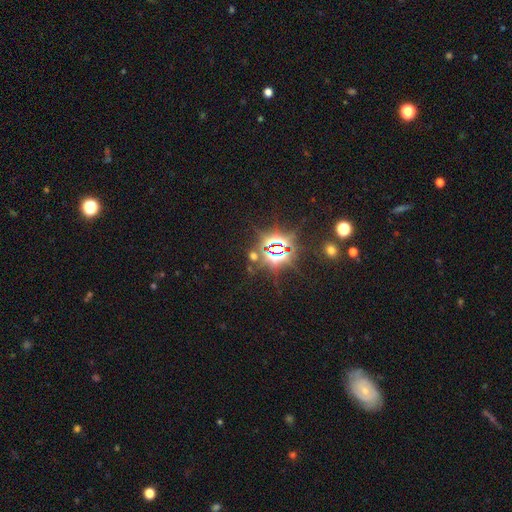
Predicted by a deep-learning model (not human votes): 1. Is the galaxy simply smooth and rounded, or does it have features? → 83% star or artifact, 9% smooth, 8% featured or disk.